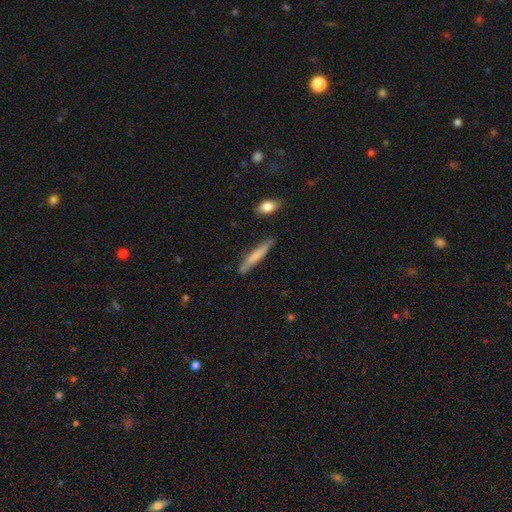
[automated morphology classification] smooth 70%, featured or disk 24%, star or artifact 6%. Down the decision tree: how rounded — cigar-shaped (93%); merging — none (79%).